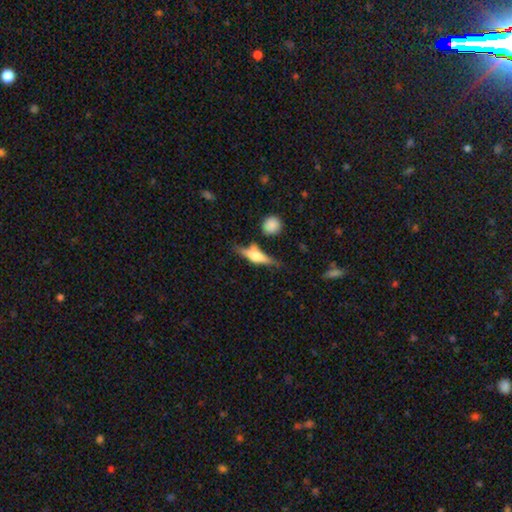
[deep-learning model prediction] Smooth or featured: featured or disk — 63% (smooth — 30%)
Edge-on disk: yes — 94% (no — 6%)
Edge-on bulge: rounded — 88% (boxy — 9%)
Merging: none — 70% (minor disturbance — 17%)